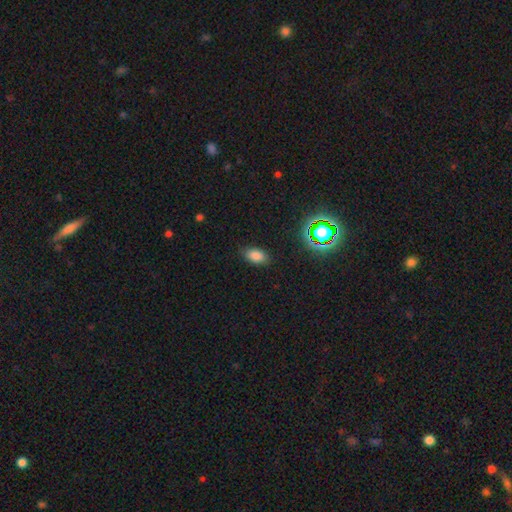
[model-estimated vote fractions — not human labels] Smooth or featured? Predicted: smooth (p=0.80). How rounded? Predicted: in between (p=0.90). Merging? Predicted: none (p=0.85).